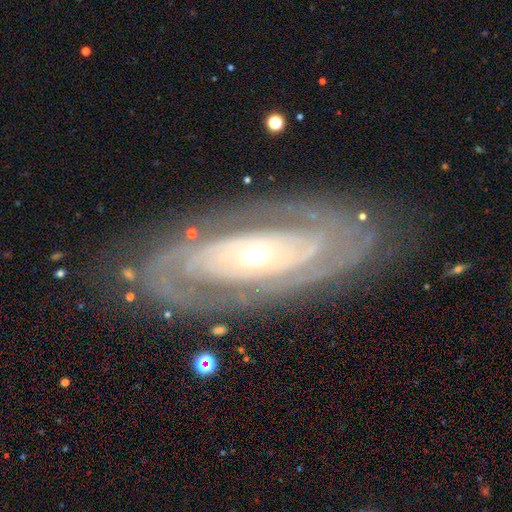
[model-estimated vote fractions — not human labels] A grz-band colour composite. It shows a featured or disk galaxy (87%) with no bar (73%), 2 (44%) tight (73%) spiral arms (89%) and a small central bulge (65%). Merging: none (81%).